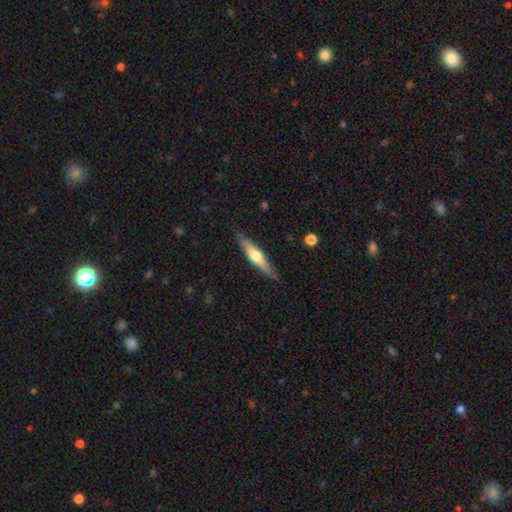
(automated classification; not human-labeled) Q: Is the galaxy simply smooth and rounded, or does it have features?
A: featured or disk — 53%.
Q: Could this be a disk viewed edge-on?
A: yes — 92%.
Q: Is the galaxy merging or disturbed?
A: none — 86%.